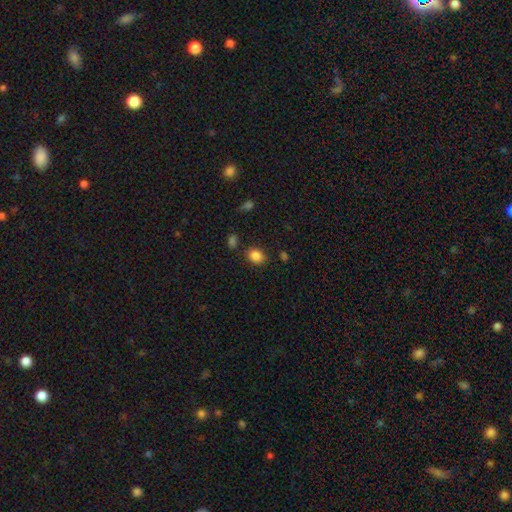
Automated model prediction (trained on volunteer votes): This appears to be a smooth galaxy with no disk features (85%) that is in between round and cigar-shaped (52%). Merging: none (84%).